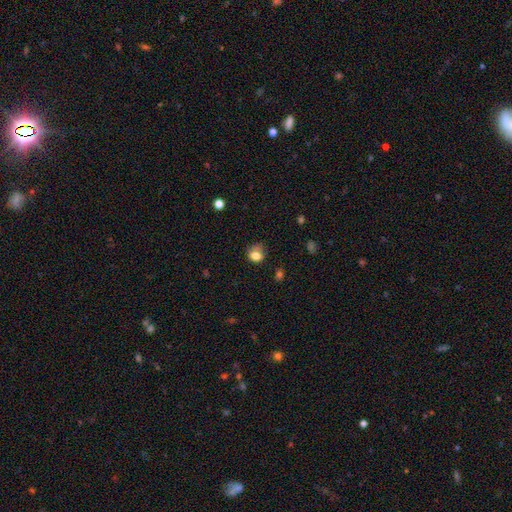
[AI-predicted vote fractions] Smooth or featured: smooth — 77% (star or artifact — 12%)
How rounded: round — 63% (in between — 36%)
Merging: none — 51% (minor disturbance — 29%)